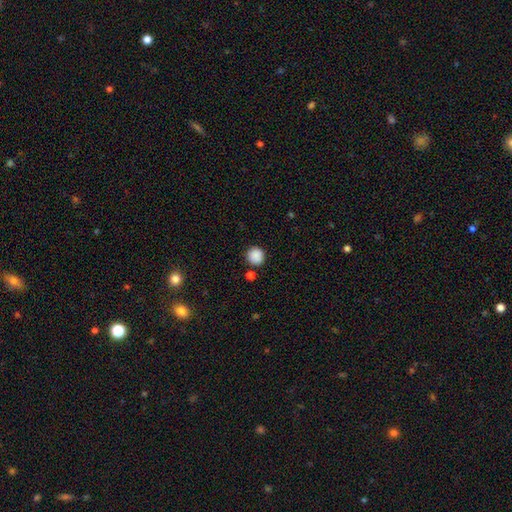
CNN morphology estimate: smooth 87%, star or artifact 9%, featured or disk 3%. Down the decision tree: how rounded — round (91%); merging — none (84%).